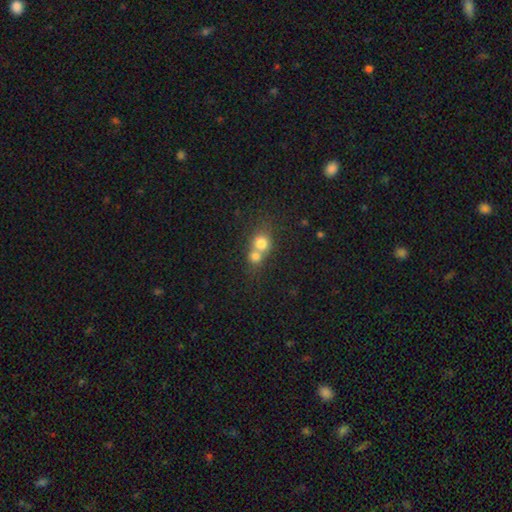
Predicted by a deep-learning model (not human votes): A smooth galaxy with no disk features (61%) that is round (77%). Merging: merger (53%).